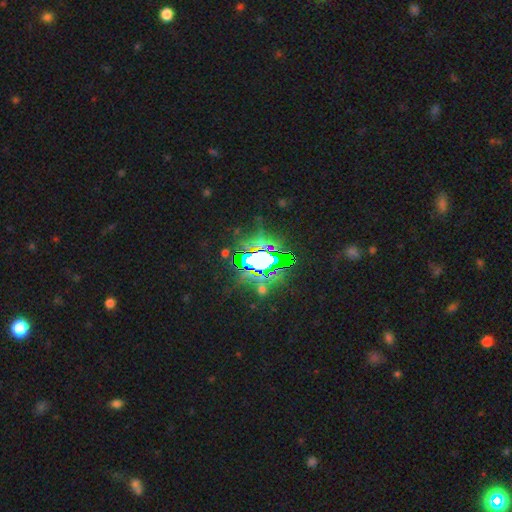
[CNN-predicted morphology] Smooth or featured: star or artifact — 78% (featured or disk — 12%)